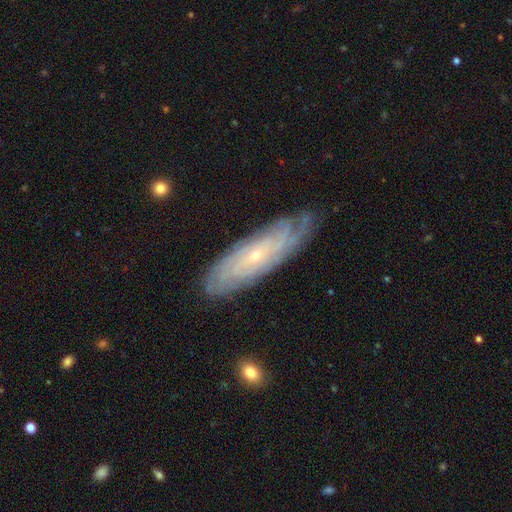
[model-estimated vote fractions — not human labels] smooth_or_featured: featured or disk (p=0.80) [alt: smooth p=0.14]
disk_edge_on: no (p=0.80) [alt: yes p=0.20]
bar: no (p=0.74) [alt: weak p=0.21]
has_spiral_arms: yes (p=0.93) [alt: no p=0.07]
spiral_winding: tight (p=0.79) [alt: medium p=0.17]
spiral_arm_count: can't tell (p=0.55) [alt: 4 p=0.13]
bulge_size: small (p=0.84) [alt: moderate p=0.13]
merging: none (p=0.79) [alt: minor disturbance p=0.16]